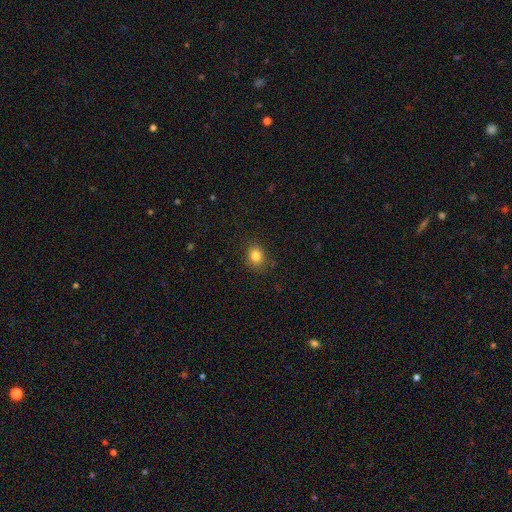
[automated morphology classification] Smooth or featured: smooth — 82% (star or artifact — 12%)
How rounded: round — 58% (in between — 41%)
Merging: none — 85% (minor disturbance — 11%)